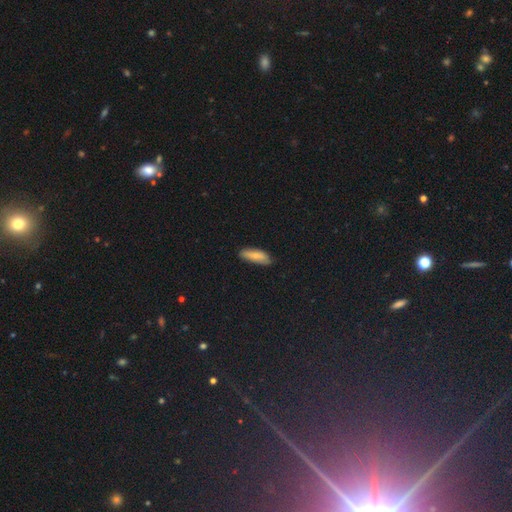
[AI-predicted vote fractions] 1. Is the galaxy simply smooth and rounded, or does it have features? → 76% smooth, 17% featured or disk, 7% star or artifact.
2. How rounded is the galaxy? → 58% in between, 40% cigar-shaped, 2% round.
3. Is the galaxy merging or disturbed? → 80% none, 16% minor disturbance, 3% major disturbance, 1% merger.